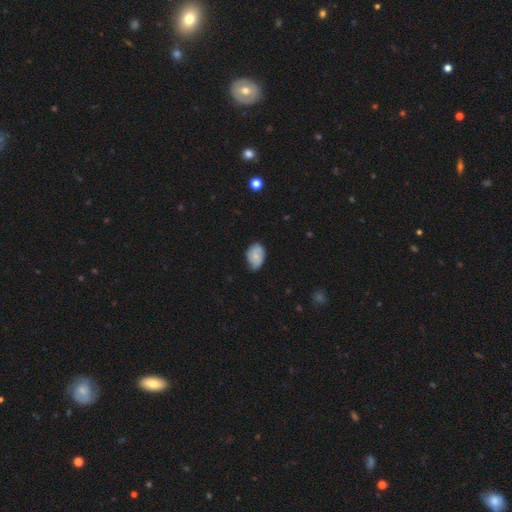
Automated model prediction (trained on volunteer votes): Smooth or featured? smooth (59%)
How rounded? in between (84%)
Merging? none (60%)